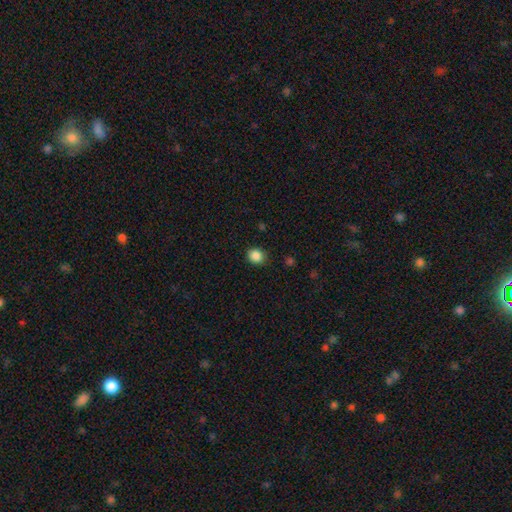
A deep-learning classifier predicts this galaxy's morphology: Smooth or featured? smooth (87%)
How rounded? round (79%)
Merging? none (89%)